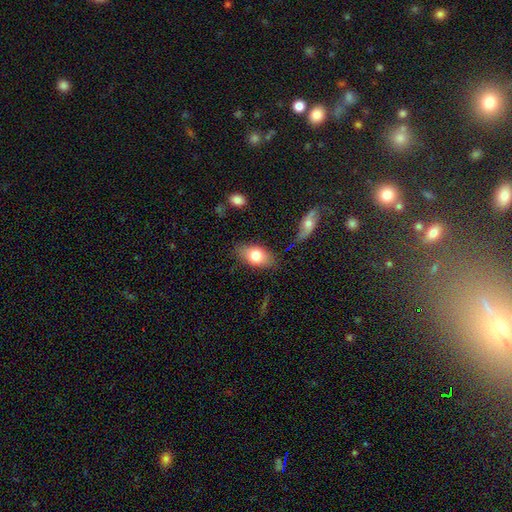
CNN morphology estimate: type=smooth (77%); roundness=in between (89%); merging=none (78%).